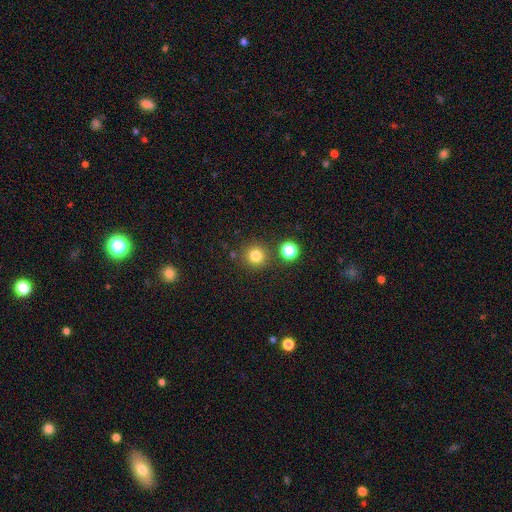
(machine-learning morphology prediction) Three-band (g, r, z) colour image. It shows a smooth galaxy with no disk features (80%) that is round (94%). Merging: none (83%).